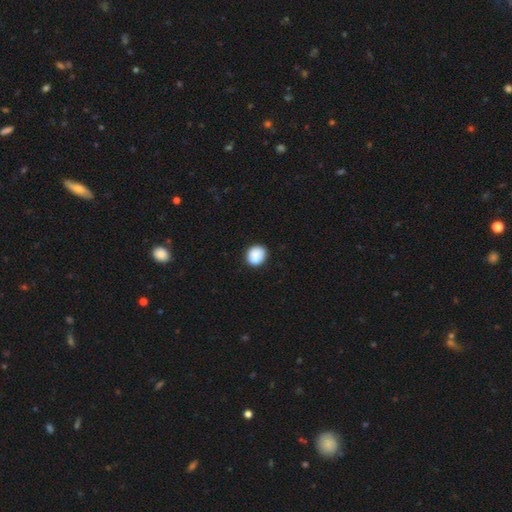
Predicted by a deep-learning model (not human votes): Smooth or featured? Predicted: smooth (p=0.84). How rounded? Predicted: round (p=0.77). Merging? Predicted: none (p=0.73).